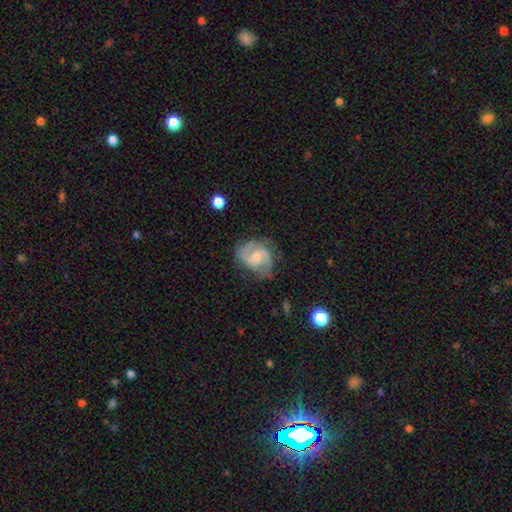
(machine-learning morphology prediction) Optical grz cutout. It shows a featured or disk galaxy (80%) with a weak bar (48%), 2 (83%) medium (51%) spiral arms (95%) and a small central bulge (47%). Merging: none (69%).